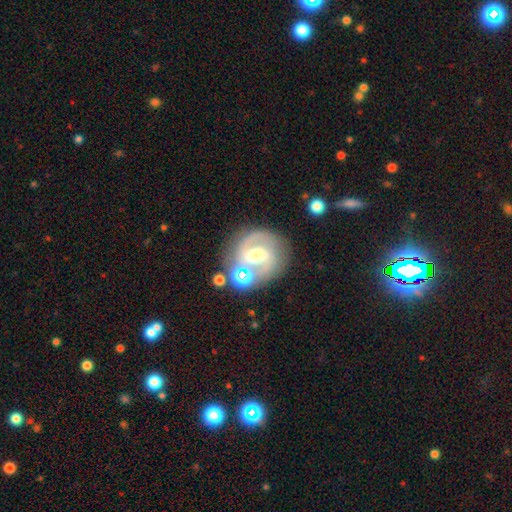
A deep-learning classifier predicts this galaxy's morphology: This appears to be a featured or disk galaxy (81%) with a weak bar (48%), 2 (88%) medium (54%) spiral arms (92%) and a moderate central bulge (69%). Merging: none (70%).